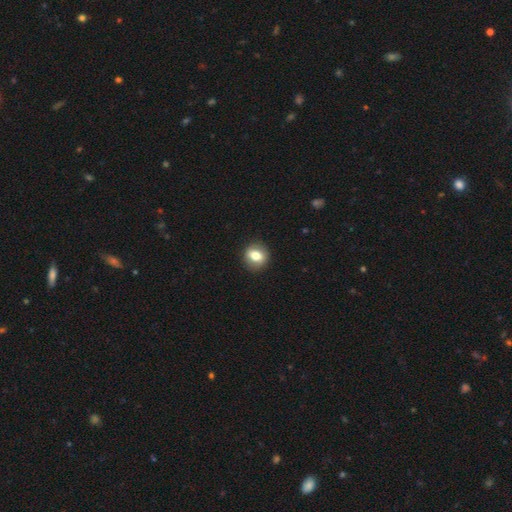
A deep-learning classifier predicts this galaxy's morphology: This appears to be a smooth galaxy with no disk features (72%) that is round (71%). Merging: none (89%).